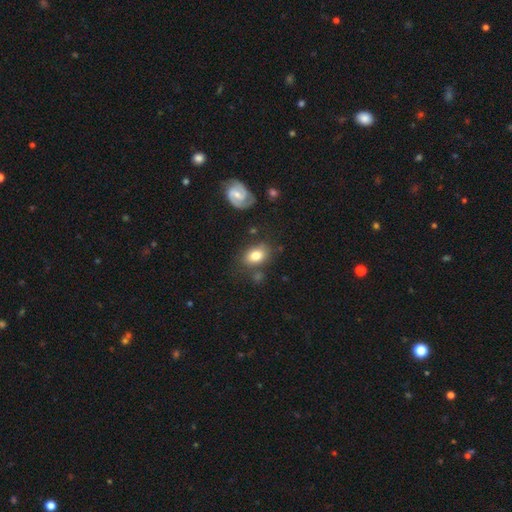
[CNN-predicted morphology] Smooth or featured? Predicted: smooth (p=0.76). How rounded? Predicted: in between (p=0.79). Merging? Predicted: none (p=0.69).